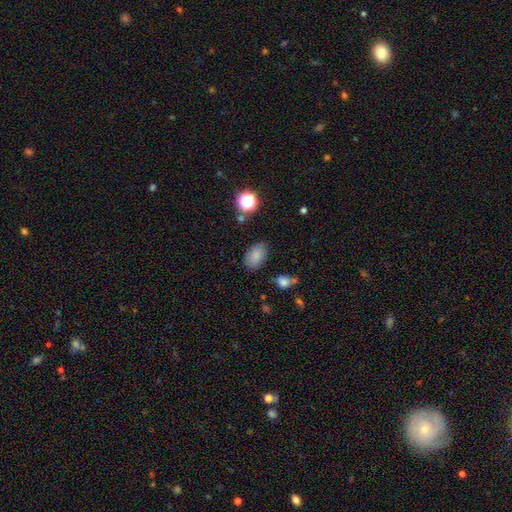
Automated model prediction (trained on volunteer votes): Smooth or featured: smooth — 82% (star or artifact — 10%)
How rounded: in between — 86% (round — 13%)
Merging: none — 75% (minor disturbance — 18%)